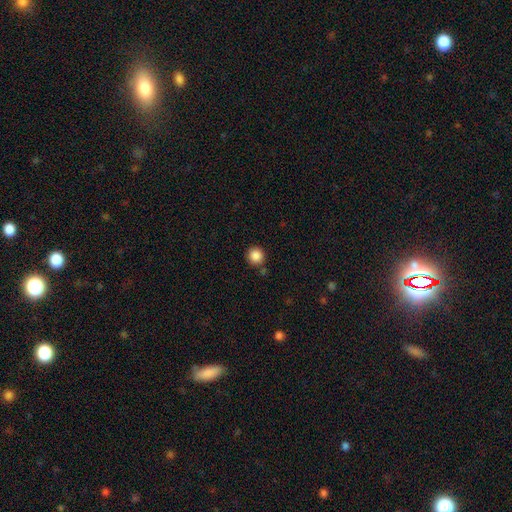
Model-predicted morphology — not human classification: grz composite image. It shows a smooth galaxy with no disk features (87%) that is round (94%). Merging: none (85%).